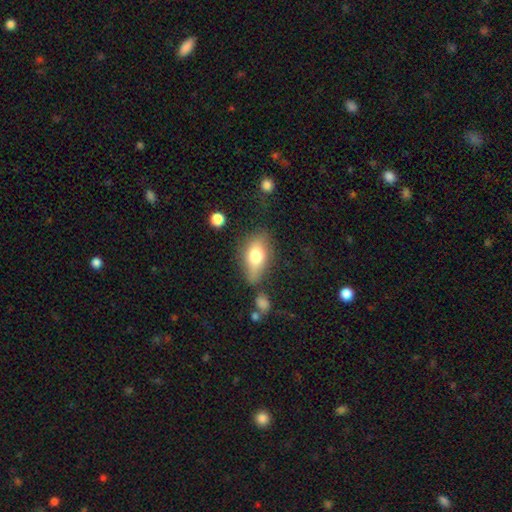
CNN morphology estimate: Smooth or featured: smooth — 69% (featured or disk — 23%)
How rounded: in between — 83% (cigar-shaped — 10%)
Merging: none — 65% (minor disturbance — 21%)